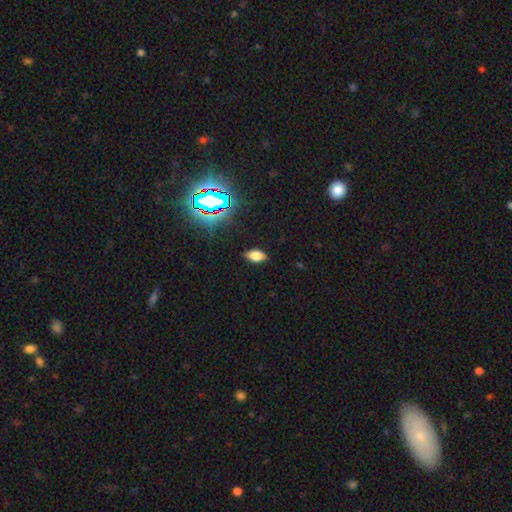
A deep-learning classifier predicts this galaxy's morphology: Overall: smooth (72%). How rounded: in between (90%). Merging: none (86%).